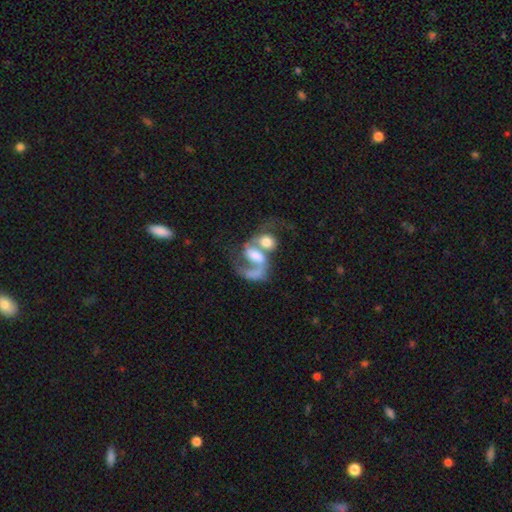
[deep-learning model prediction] Smooth or featured?
  - featured or disk: 63% *
  - smooth: 29%
  - star or artifact: 8%
Edge-on disk?
  - no: 97% *
  - yes: 3%
Bar?
  - no: 56% *
  - weak: 28%
  - strong: 16%
Spiral arms?
  - yes: 75% *
  - no: 25%
Bulge size?
  - large: 32% *
  - moderate: 31%
  - none: 16%
  - small: 13%
  - dominant: 8%
Merging?
  - merger: 71% *
  - major disturbance: 15%
  - none: 9%
  - minor disturbance: 5%